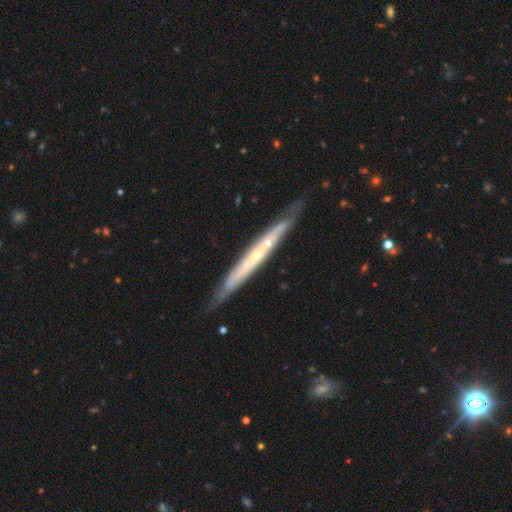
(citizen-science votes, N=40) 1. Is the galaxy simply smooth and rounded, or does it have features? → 90% featured or disk, 10% smooth, 0% star or artifact.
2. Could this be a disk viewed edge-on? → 94% yes, 6% no.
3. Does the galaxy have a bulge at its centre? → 56% none, 38% rounded, 6% boxy.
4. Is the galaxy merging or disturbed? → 78% none, 15% minor disturbance, 5% major disturbance, 2% merger.